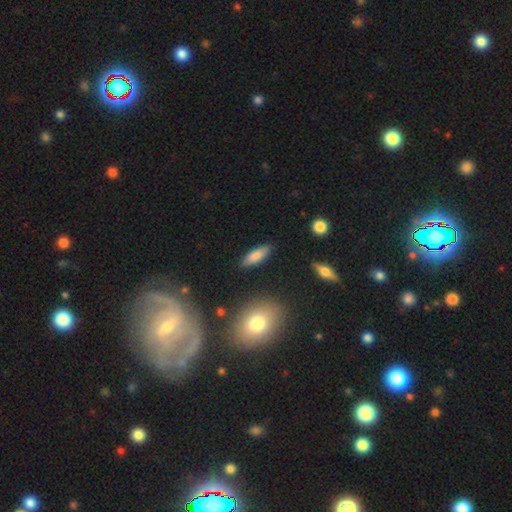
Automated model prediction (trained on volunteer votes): Smooth or featured: smooth — 81% (featured or disk — 12%)
How rounded: in between — 60% (cigar-shaped — 37%)
Merging: none — 86% (minor disturbance — 10%)